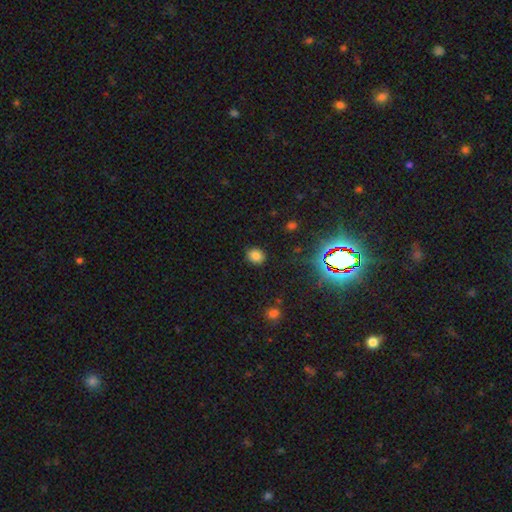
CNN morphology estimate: This is likely a smooth galaxy (78%). How rounded: likely round (64%). Merging: clearly none (88%).